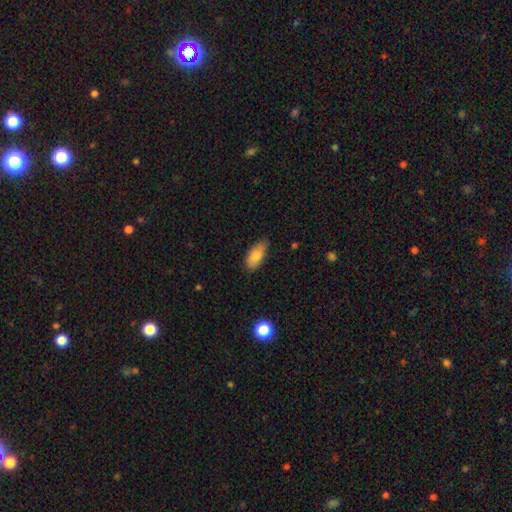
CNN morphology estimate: The model was most divided on "merging": none: 70%, minor disturbance: 25%, major disturbance: 4%, merger: 1%. More confident: how rounded — in between (87%); smooth or featured — smooth (80%).